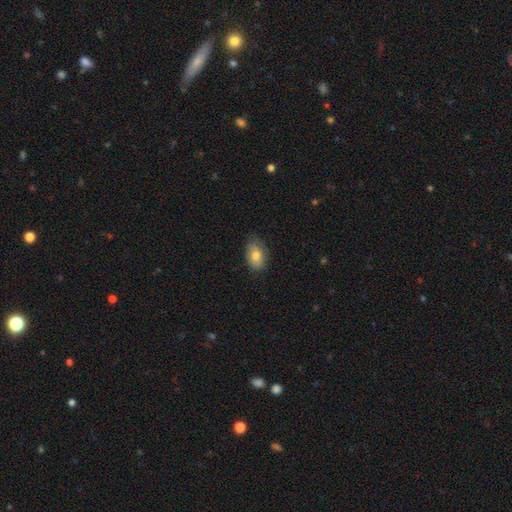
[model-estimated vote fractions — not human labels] This is likely a smooth galaxy (77%). How rounded: clearly in between (87%). Merging: likely none (78%).